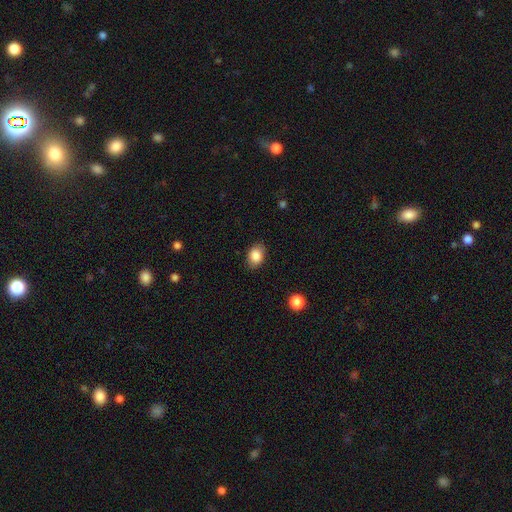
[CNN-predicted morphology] smooth-or-featured: smooth: 86% | star or artifact: 8% | featured or disk: 6%
  how-rounded: in between: 74% | round: 25% | cigar-shaped: 1%
  merging: none: 86% | minor disturbance: 11% | major disturbance: 2% | merger: 1%